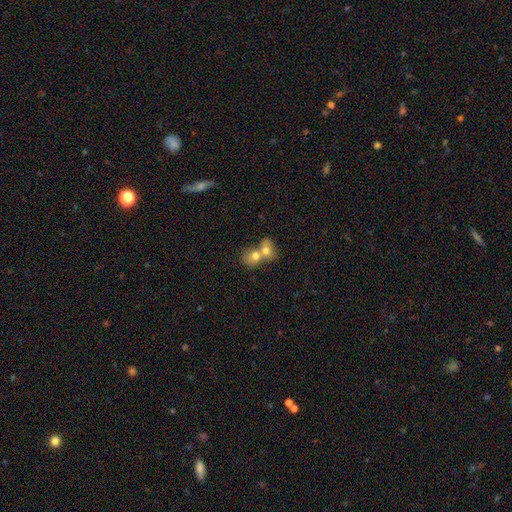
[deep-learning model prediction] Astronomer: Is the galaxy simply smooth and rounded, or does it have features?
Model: smooth — 70%.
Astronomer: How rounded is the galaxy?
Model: round — 50% (runner-up: in between, 48%).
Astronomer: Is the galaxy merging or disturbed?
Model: merger — 75%.